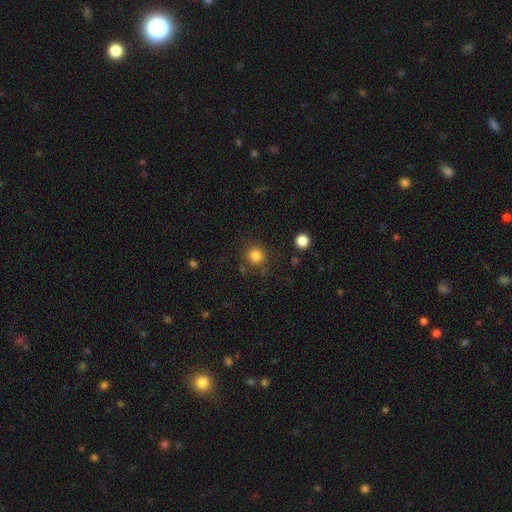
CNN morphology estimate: type=smooth (82%); roundness=round (93%); merging=none (85%).